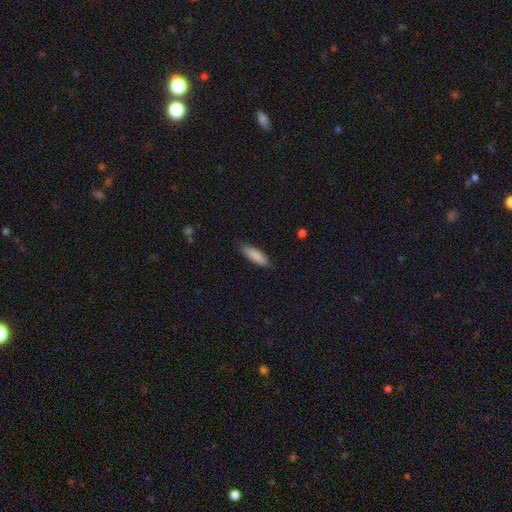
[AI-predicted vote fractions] Smooth or featured: smooth — 87% (featured or disk — 7%)
How rounded: cigar-shaped — 50% (in between — 48%)
Merging: none — 85% (minor disturbance — 12%)